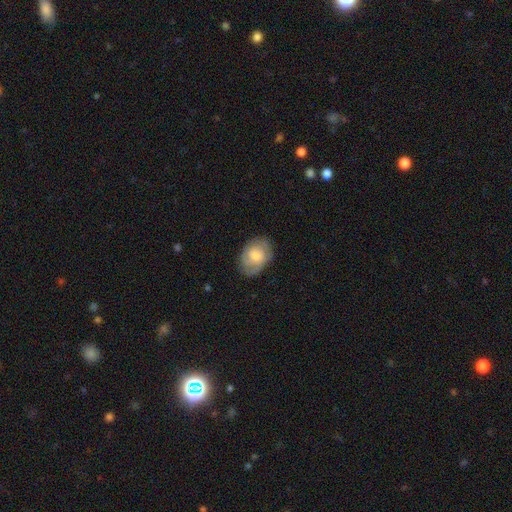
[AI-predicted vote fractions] Smooth or featured? featured or disk (48%)
Merging? none (73%)